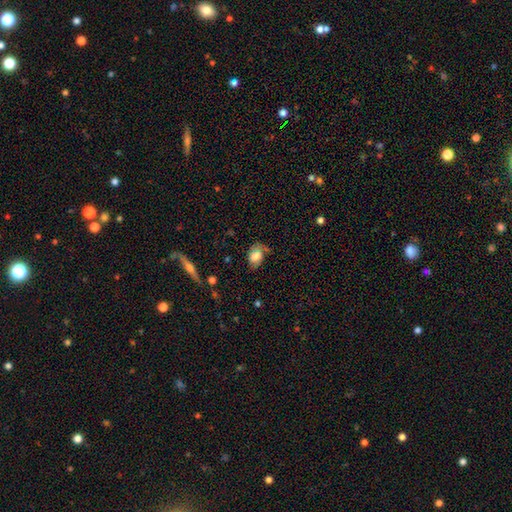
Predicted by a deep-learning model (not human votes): The model was most divided on "merging": none: 53%, minor disturbance: 30%, major disturbance: 11%, merger: 6%. More confident: how rounded — in between (83%); smooth or featured — smooth (70%).